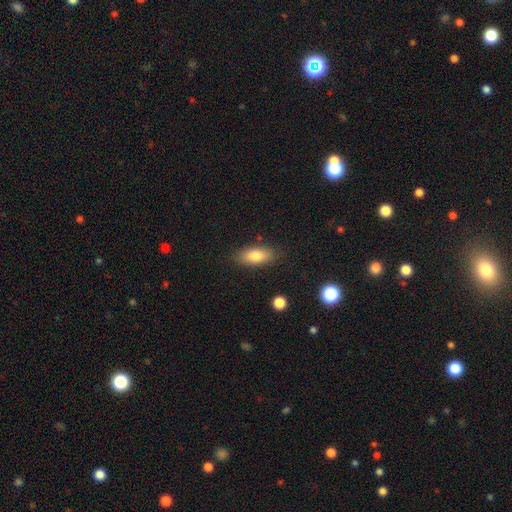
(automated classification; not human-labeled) Smooth or featured? Predicted: smooth (p=0.79). How rounded? Predicted: in between (p=0.82). Merging? Predicted: none (p=0.84).